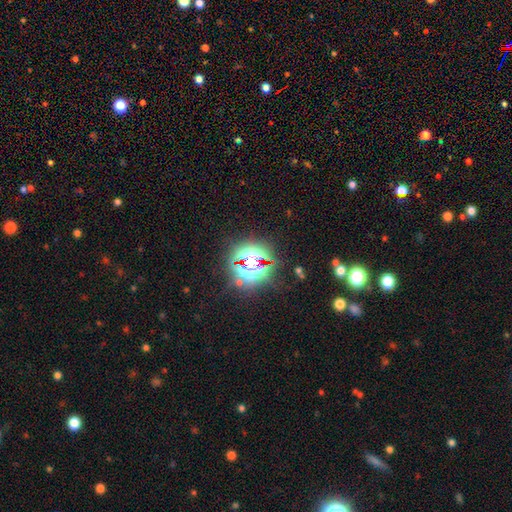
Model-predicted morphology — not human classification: Smooth or featured? Predicted: star or artifact (p=0.80).